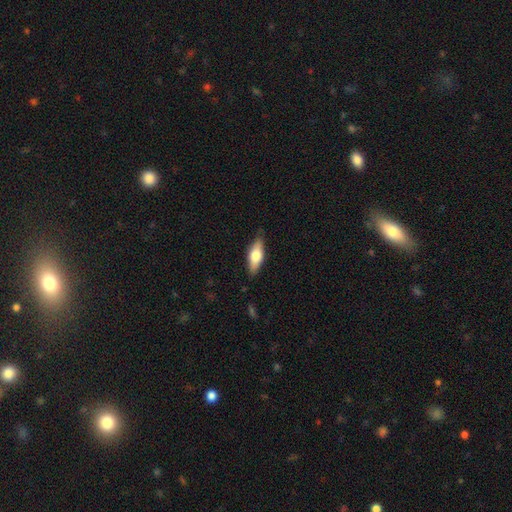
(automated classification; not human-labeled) Overall: smooth (60%; featured or disk 34%). How rounded: in between (67%; cigar-shaped 31%). Merging: none (84%).